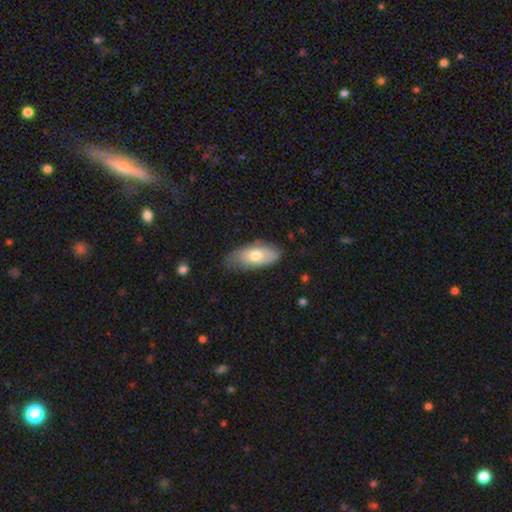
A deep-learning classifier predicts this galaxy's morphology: type=smooth (66%); roundness=in between (89%); merging=none (63%).